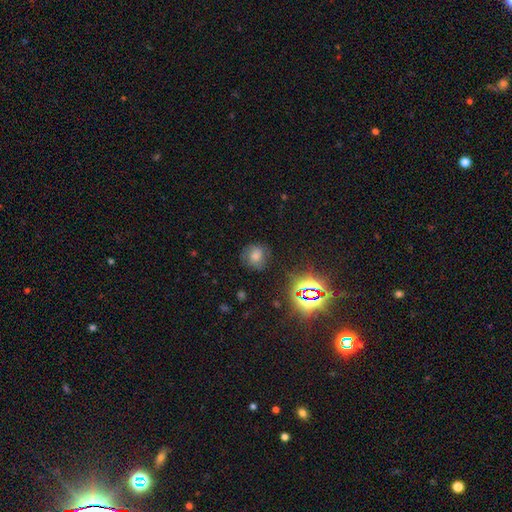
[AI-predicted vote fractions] The model was most divided on "smooth or featured": smooth: 40%, star or artifact: 39%, featured or disk: 21%. More confident: merging — none (77%).